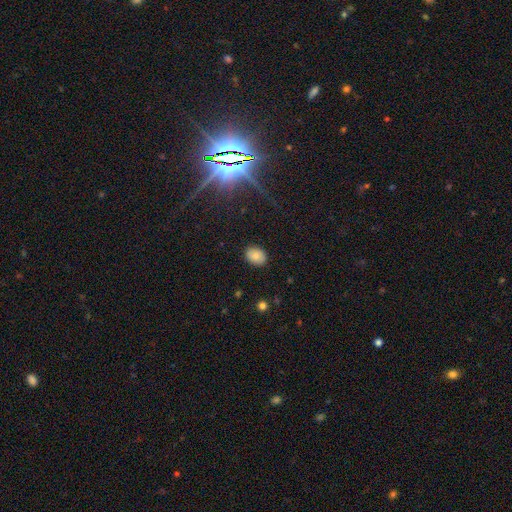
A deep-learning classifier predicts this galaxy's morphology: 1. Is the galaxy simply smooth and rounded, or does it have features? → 80% smooth, 11% star or artifact, 9% featured or disk.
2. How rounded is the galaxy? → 66% in between, 33% round, 1% cigar-shaped.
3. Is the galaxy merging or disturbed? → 87% none, 9% minor disturbance, 2% major disturbance, 1% merger.